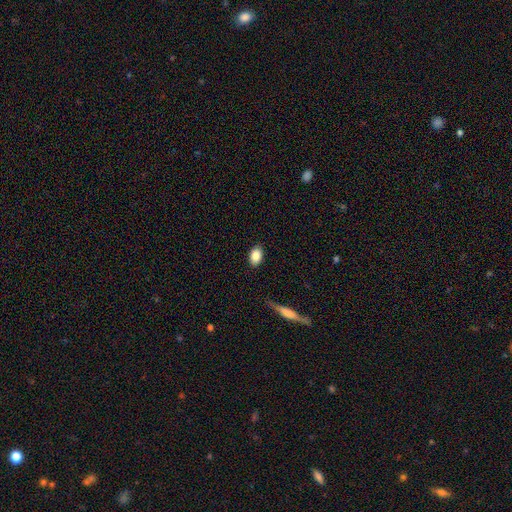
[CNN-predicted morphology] type=smooth (86%); roundness=in between (86%); merging=none (87%).